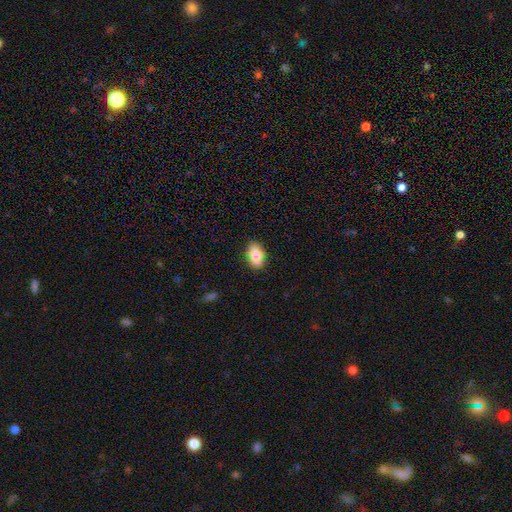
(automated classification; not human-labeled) Smooth or featured?
  - smooth: 85% *
  - featured or disk: 8%
  - star or artifact: 7%
How rounded?
  - in between: 90% *
  - round: 8%
  - cigar-shaped: 1%
Merging?
  - none: 88% *
  - minor disturbance: 9%
  - major disturbance: 2%
  - merger: 1%